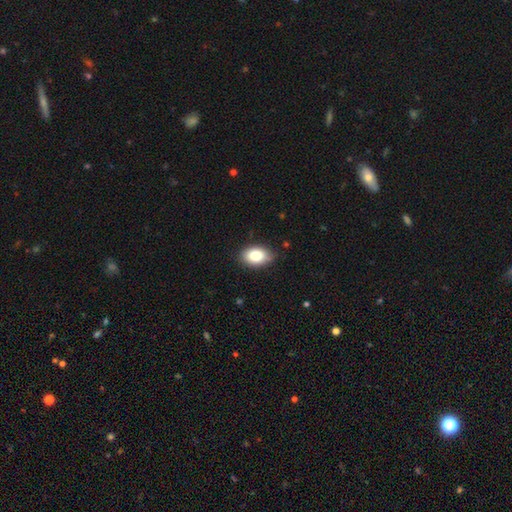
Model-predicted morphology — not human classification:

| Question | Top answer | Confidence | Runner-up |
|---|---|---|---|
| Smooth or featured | smooth | 84% | featured or disk (8%) |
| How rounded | in between | 87% | round (12%) |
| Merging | none | 80% | minor disturbance (16%) |